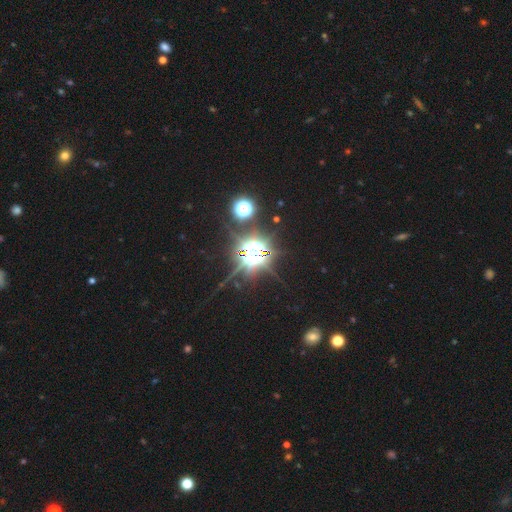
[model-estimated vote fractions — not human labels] Smooth or featured?
  - star or artifact: 80% *
  - featured or disk: 10%
  - smooth: 9%